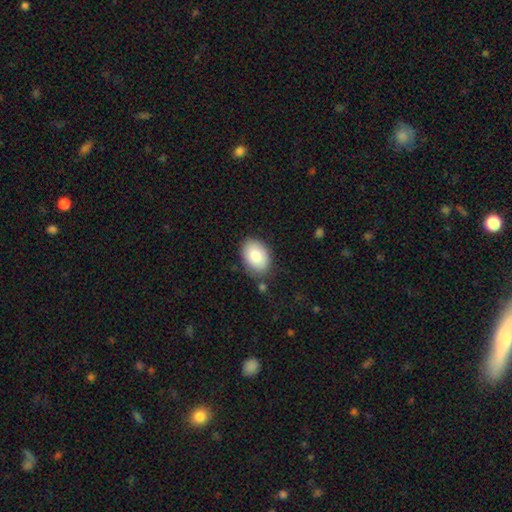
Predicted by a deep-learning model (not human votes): Q: Smooth or featured?
A: smooth (83%); runner-up: featured or disk (11%)
Q: How rounded?
A: in between (83%); runner-up: round (16%)
Q: Merging?
A: none (81%); runner-up: minor disturbance (13%)